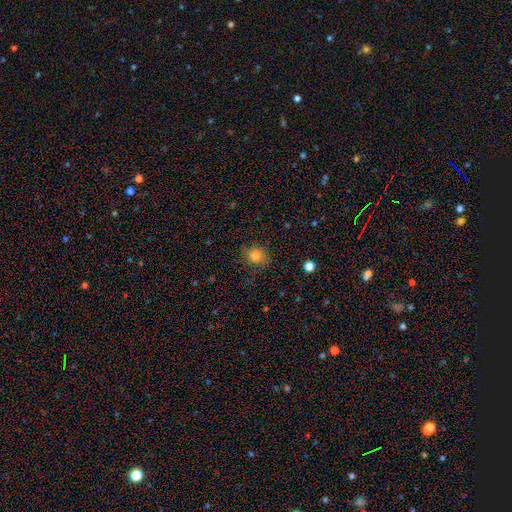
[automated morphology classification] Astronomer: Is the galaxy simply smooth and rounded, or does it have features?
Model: smooth — 81%.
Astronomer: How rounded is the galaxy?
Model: round — 75%.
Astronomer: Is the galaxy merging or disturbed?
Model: none — 74%.